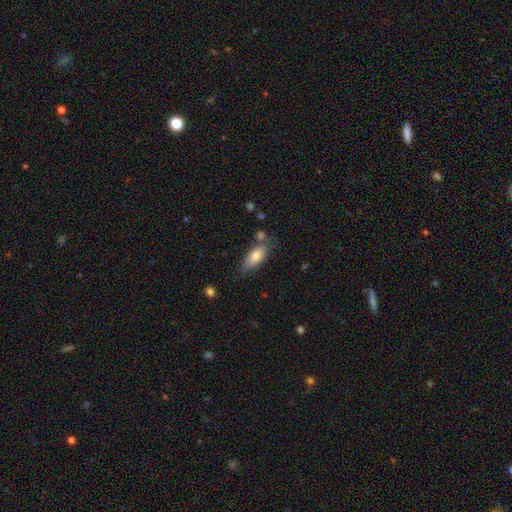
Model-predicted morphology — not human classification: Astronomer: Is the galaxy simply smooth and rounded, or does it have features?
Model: smooth — 77%.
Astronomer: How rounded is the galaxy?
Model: in between — 80%.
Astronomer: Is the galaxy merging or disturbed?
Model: none — 64%.